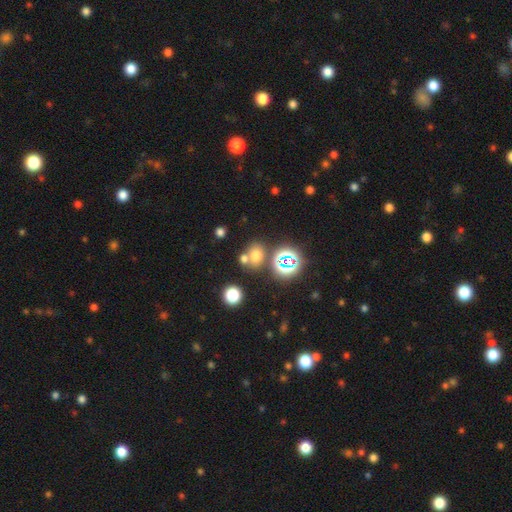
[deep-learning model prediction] A smooth galaxy with no disk features (61%) that is round (54%).

Vote fractions:
- Smooth or featured? smooth: 61% / star or artifact: 29% / featured or disk: 10%
- How rounded? round: 54% / in between: 45% / cigar-shaped: 1%
- Merging? none: 60% / merger: 25% / minor disturbance: 10% / major disturbance: 5%